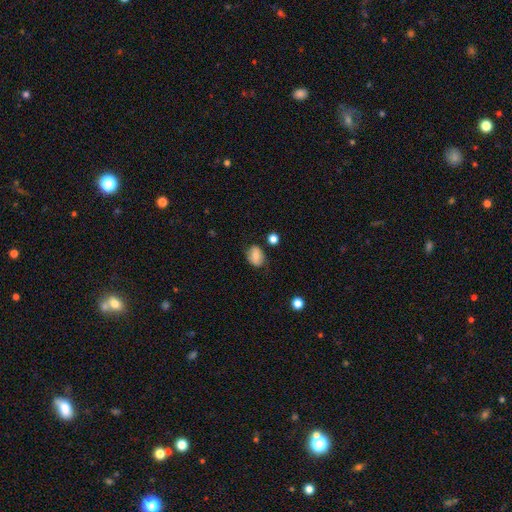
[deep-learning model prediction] Q: Smooth or featured?
A: smooth (71%); runner-up: featured or disk (19%)
Q: How rounded?
A: in between (70%); runner-up: round (29%)
Q: Merging?
A: none (70%); runner-up: minor disturbance (22%)